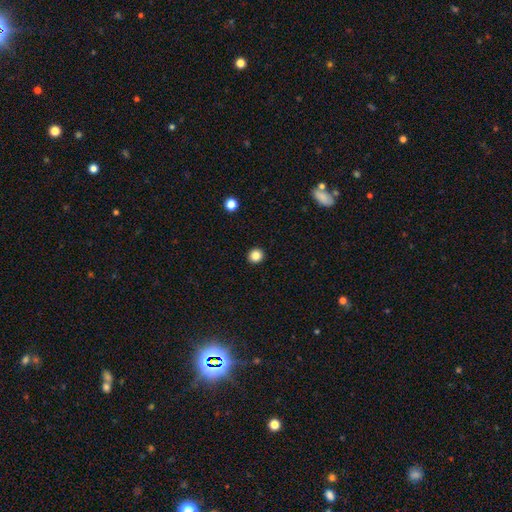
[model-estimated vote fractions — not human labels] This is clearly a smooth galaxy (85%). How rounded: clearly round (92%). Merging: clearly none (94%).